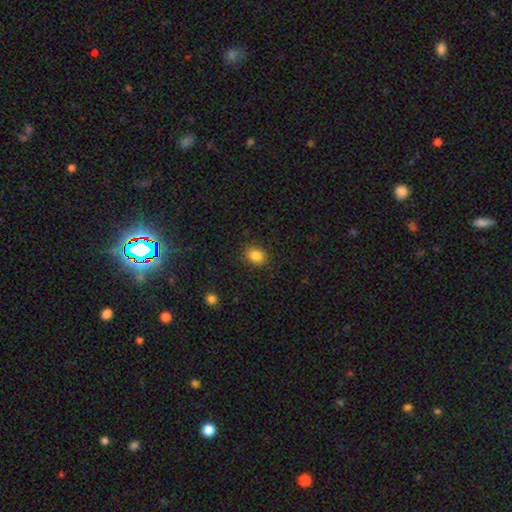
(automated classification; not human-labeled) Smooth or featured?
  - smooth: 85% *
  - star or artifact: 10%
  - featured or disk: 5%
How rounded?
  - in between: 55% *
  - round: 44%
  - cigar-shaped: 1%
Merging?
  - none: 87% *
  - minor disturbance: 9%
  - major disturbance: 3%
  - merger: 1%